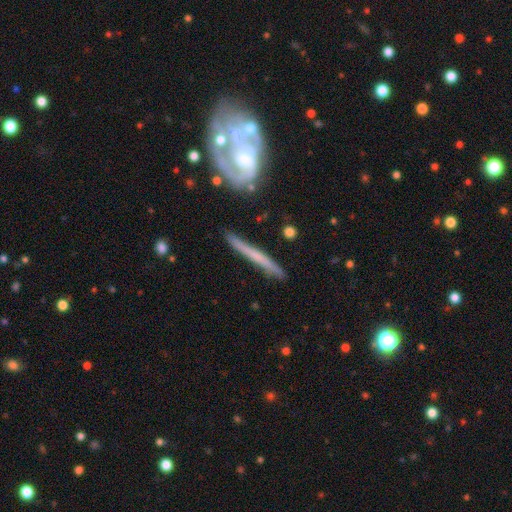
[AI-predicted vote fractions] A featured or disk galaxy (56%) viewed edge-on (85%).

Vote fractions:
- Smooth or featured? featured or disk: 56% / smooth: 38% / star or artifact: 6%
- Edge-on disk? yes: 85% / no: 15%
- Merging? none: 81% / minor disturbance: 12% / merger: 3% / major disturbance: 3%